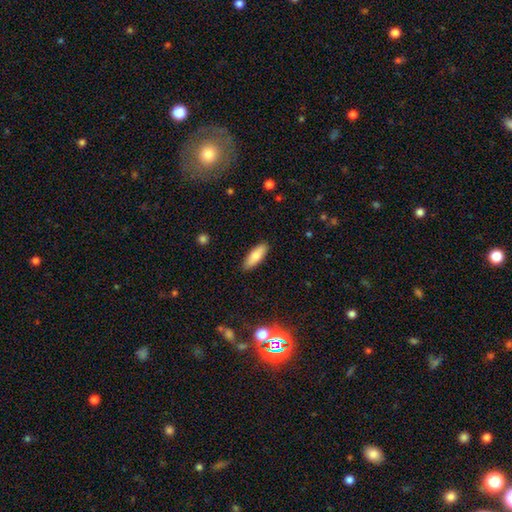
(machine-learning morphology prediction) The model was most divided on "how rounded": in between: 62%, cigar-shaped: 36%, round: 2%. More confident: merging — none (88%); smooth or featured — smooth (80%).